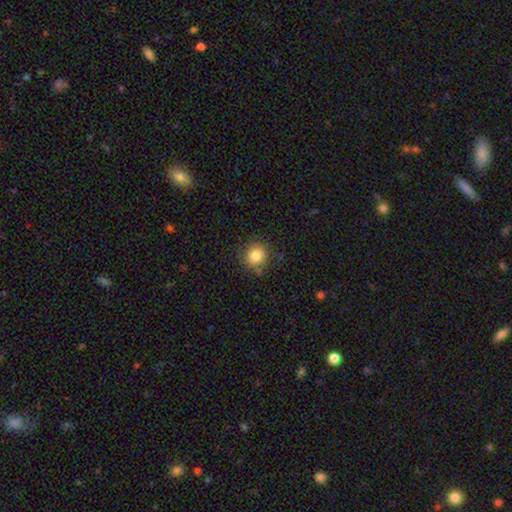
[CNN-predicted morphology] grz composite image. It shows a smooth galaxy with no disk features (84%) that is round (90%). Merging: none (83%).